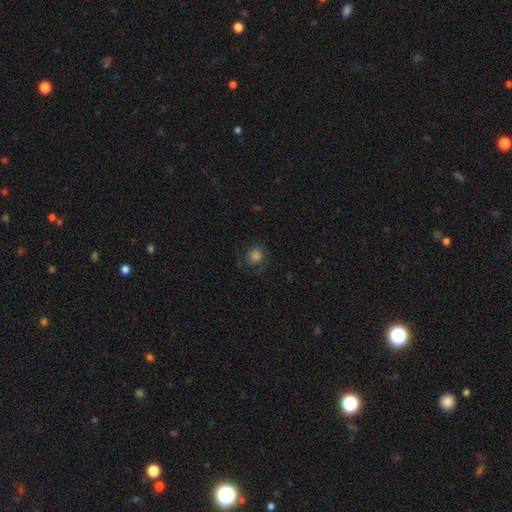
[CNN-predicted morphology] type=smooth (72%); roundness=round (84%); merging=none (68%).